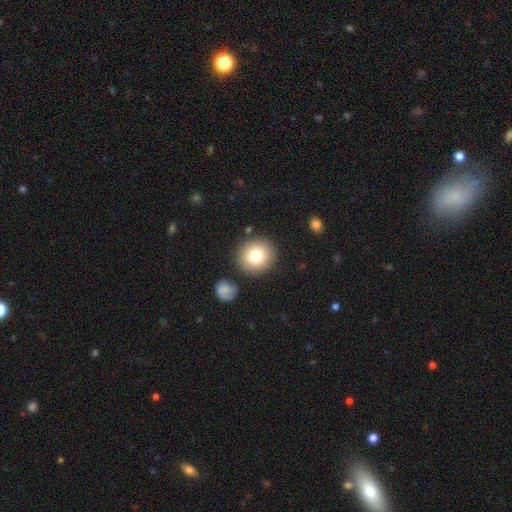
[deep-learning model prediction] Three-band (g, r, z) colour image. It shows a smooth galaxy with no disk features (79%) that is round (91%). Merging: none (86%).